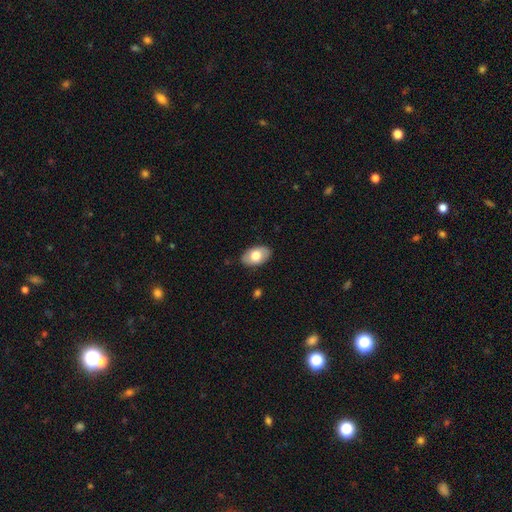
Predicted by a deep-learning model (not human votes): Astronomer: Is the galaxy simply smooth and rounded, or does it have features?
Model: smooth — 70%.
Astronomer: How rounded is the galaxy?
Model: in between — 92%.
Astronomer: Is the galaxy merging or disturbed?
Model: none — 85%.